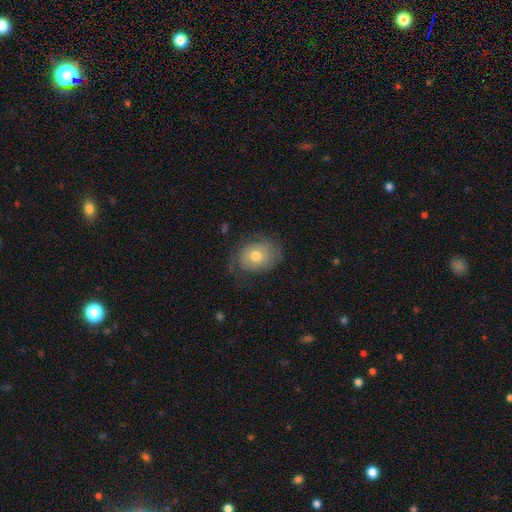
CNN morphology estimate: A smooth galaxy with no disk features (57%) that is in between round and cigar-shaped (55%).

Vote fractions:
- Smooth or featured? smooth: 57% / featured or disk: 35% / star or artifact: 8%
- How rounded? in between: 55% / round: 44% / cigar-shaped: 1%
- Merging? none: 59% / minor disturbance: 25% / major disturbance: 14% / merger: 1%